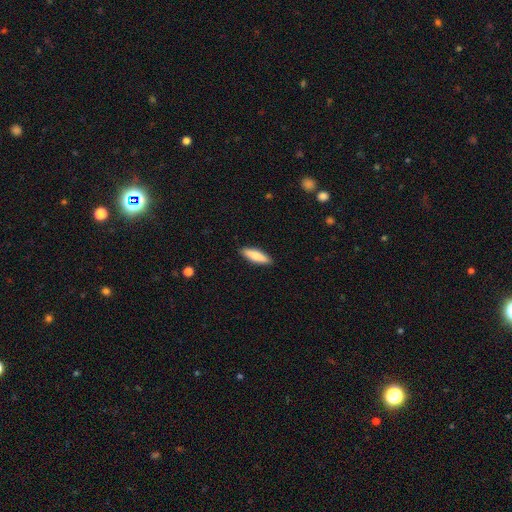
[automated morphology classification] type=smooth (79%); roundness=cigar-shaped (62%); merging=none (90%).